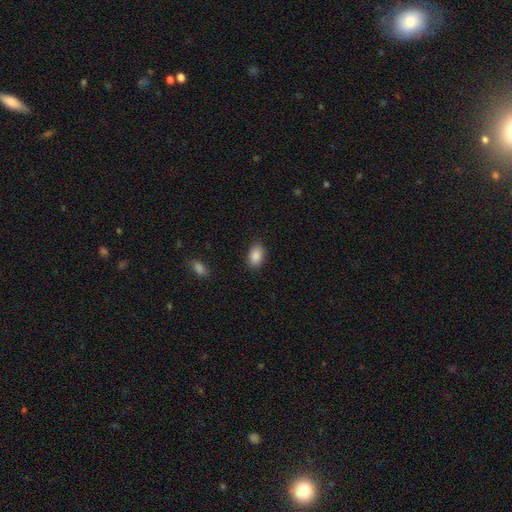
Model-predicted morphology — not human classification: This is clearly a smooth galaxy (88%). How rounded: clearly in between (88%). Merging: clearly none (87%).